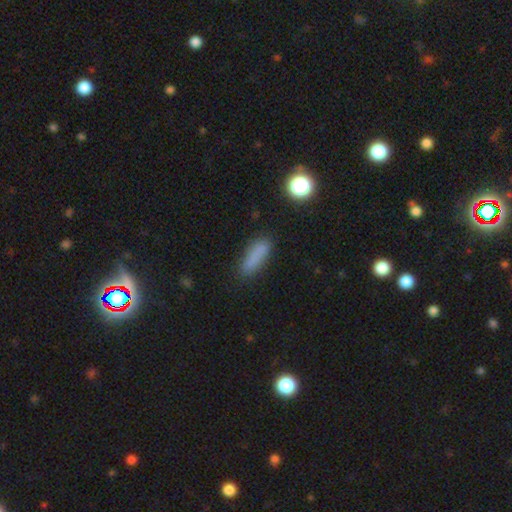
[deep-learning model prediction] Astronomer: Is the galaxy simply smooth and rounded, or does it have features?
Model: smooth — 82%.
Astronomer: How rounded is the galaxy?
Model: cigar-shaped — 58% (runner-up: in between, 39%).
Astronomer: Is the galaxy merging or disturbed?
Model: none — 78%.